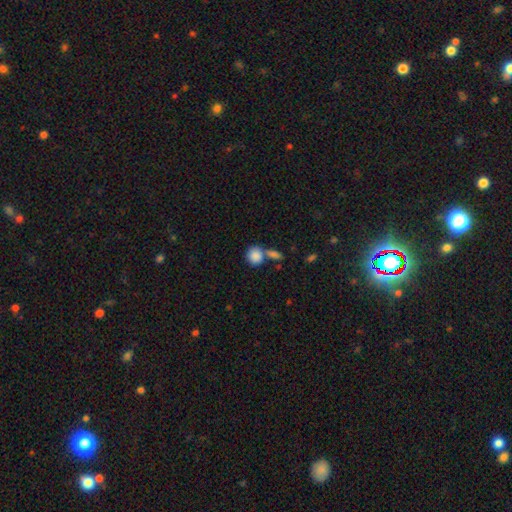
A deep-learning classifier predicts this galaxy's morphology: Q: Smooth or featured?
A: smooth (87%); runner-up: star or artifact (8%)
Q: How rounded?
A: round (78%); runner-up: in between (21%)
Q: Merging?
A: none (48%); runner-up: merger (38%)